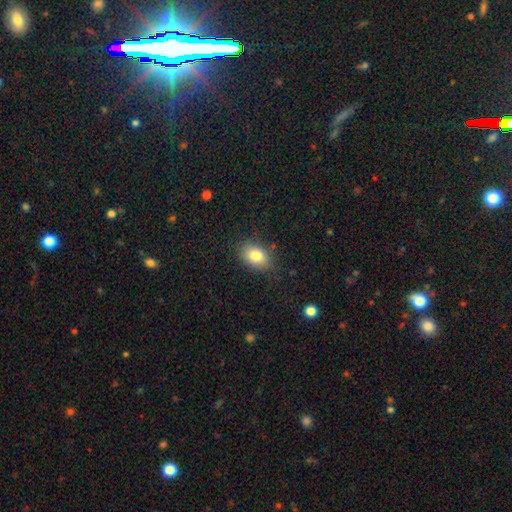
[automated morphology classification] smooth 82%, featured or disk 9%, star or artifact 9%. Down the decision tree: how rounded — in between (79%); merging — none (83%).